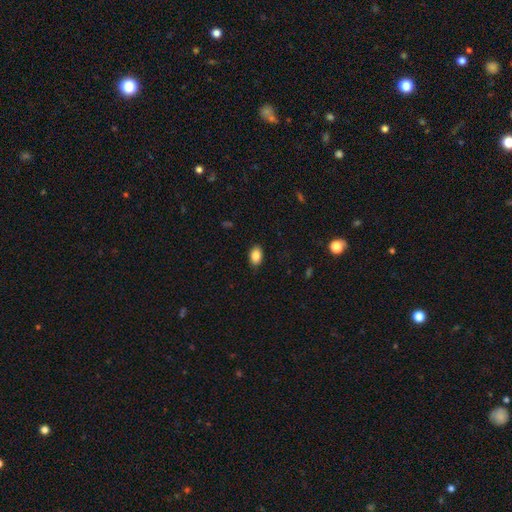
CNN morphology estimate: Q: Smooth or featured?
A: smooth (87%); runner-up: star or artifact (8%)
Q: How rounded?
A: in between (88%); runner-up: round (11%)
Q: Merging?
A: none (88%); runner-up: minor disturbance (9%)